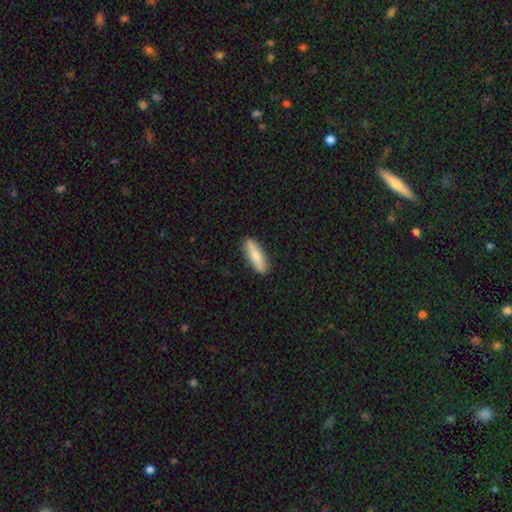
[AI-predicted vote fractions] Overall: smooth (74%). How rounded: cigar-shaped (52%; in between 46%). Merging: none (89%).